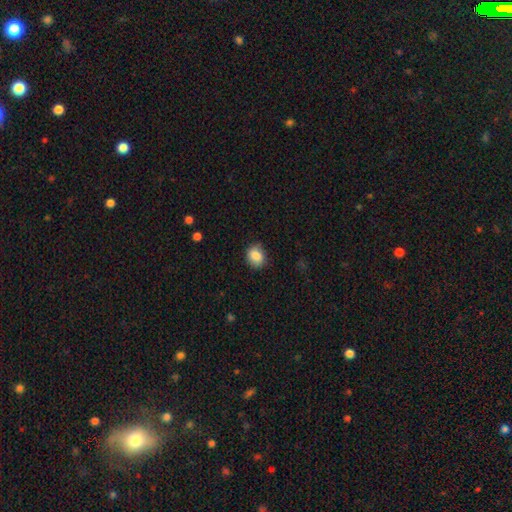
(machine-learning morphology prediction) A smooth galaxy with no disk features (86%) that is round (60%). Merging: none (80%).